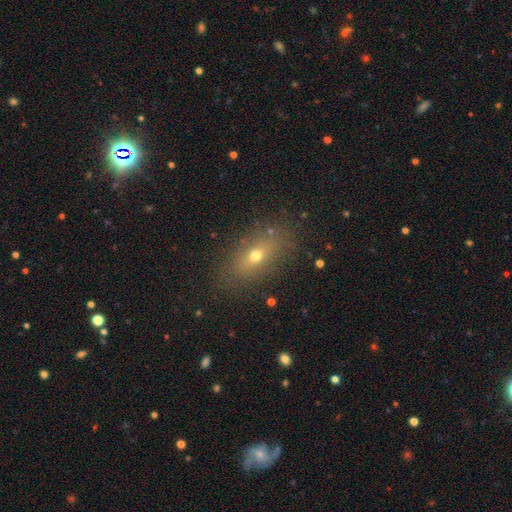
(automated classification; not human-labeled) Smooth or featured? smooth (60%)
How rounded? in between (75%)
Merging? none (85%)